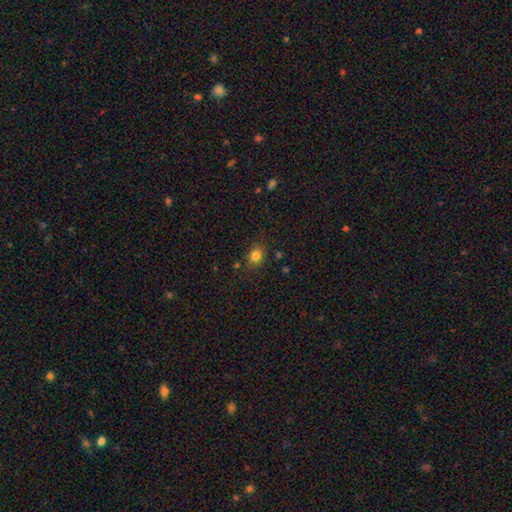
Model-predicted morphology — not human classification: Smooth or featured?
  - smooth: 81% *
  - star or artifact: 13%
  - featured or disk: 6%
How rounded?
  - round: 56% *
  - in between: 43%
  - cigar-shaped: 1%
Merging?
  - none: 81% *
  - minor disturbance: 13%
  - major disturbance: 3%
  - merger: 3%